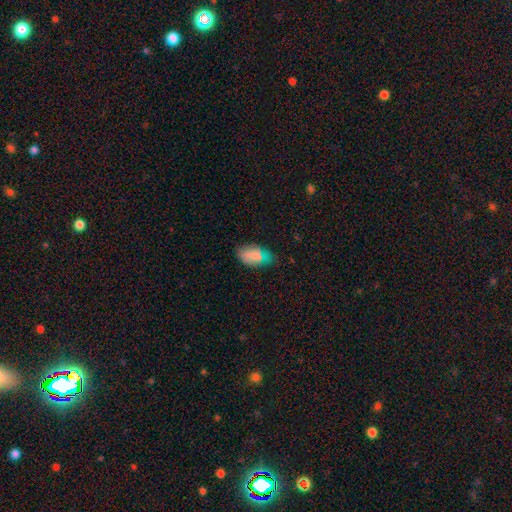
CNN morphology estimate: Smooth or featured? smooth (78%)
How rounded? in between (93%)
Merging? none (58%)